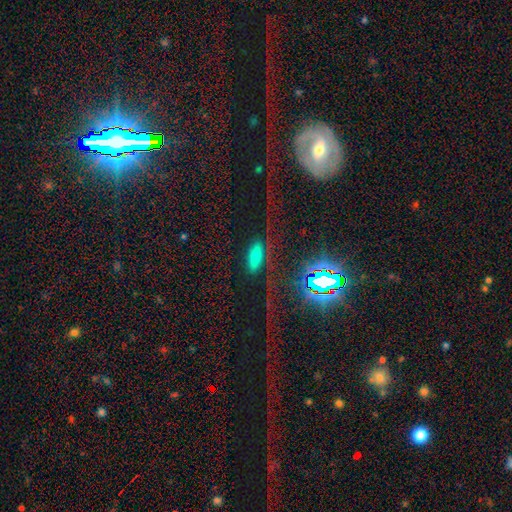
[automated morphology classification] This is possibly a smooth galaxy (55%). How rounded: likely in between (63%). Merging: likely none (71%).